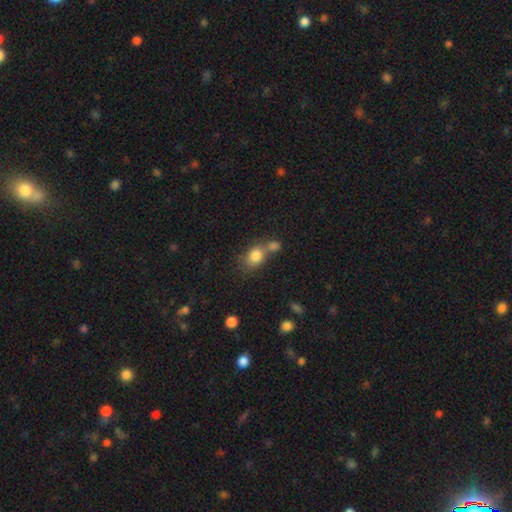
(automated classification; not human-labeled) Overall: smooth (81%). How rounded: in between (59%; round 39%). Merging: merger (45%; none 38%).